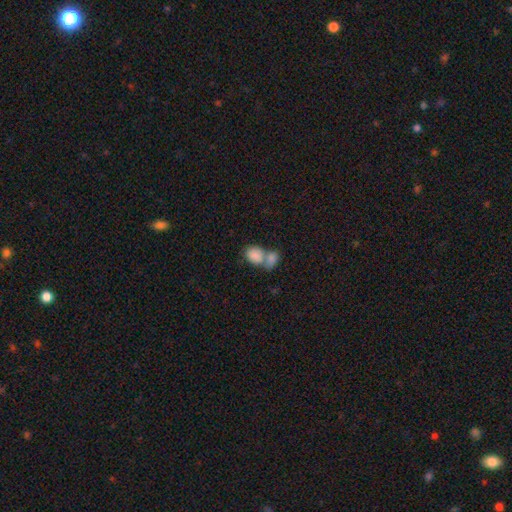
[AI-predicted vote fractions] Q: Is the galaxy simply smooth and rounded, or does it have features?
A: smooth — 84%.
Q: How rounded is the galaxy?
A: in between — 73%.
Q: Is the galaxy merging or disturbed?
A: merger — 65%.